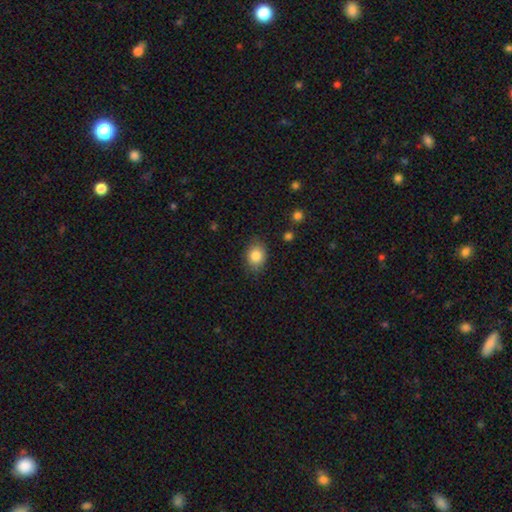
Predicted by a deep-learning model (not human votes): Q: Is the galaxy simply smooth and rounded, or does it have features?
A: smooth — 84%.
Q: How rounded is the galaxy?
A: in between — 59%.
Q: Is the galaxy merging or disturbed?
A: none — 83%.